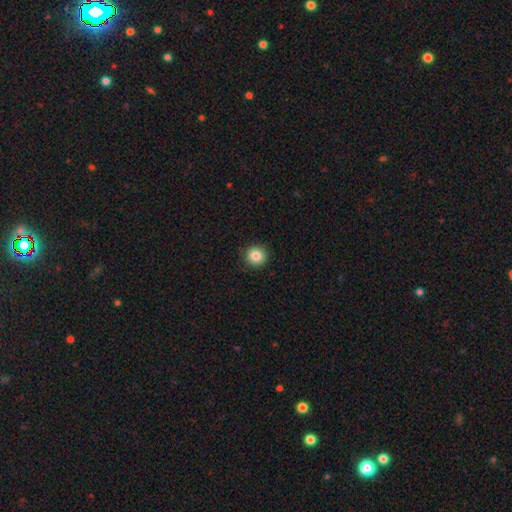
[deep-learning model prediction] Q: Smooth or featured?
A: smooth (84%); runner-up: star or artifact (10%)
Q: How rounded?
A: round (94%); runner-up: in between (5%)
Q: Merging?
A: none (92%); runner-up: minor disturbance (6%)